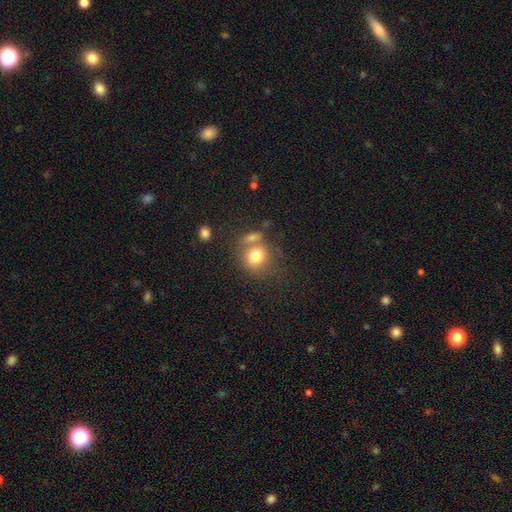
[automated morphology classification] A smooth galaxy with no disk features (78%) that is round (75%).

Vote fractions:
- Smooth or featured? smooth: 78% / featured or disk: 12% / star or artifact: 11%
- How rounded? round: 75% / in between: 24% / cigar-shaped: 1%
- Merging? none: 49% / merger: 30% / minor disturbance: 14% / major disturbance: 7%